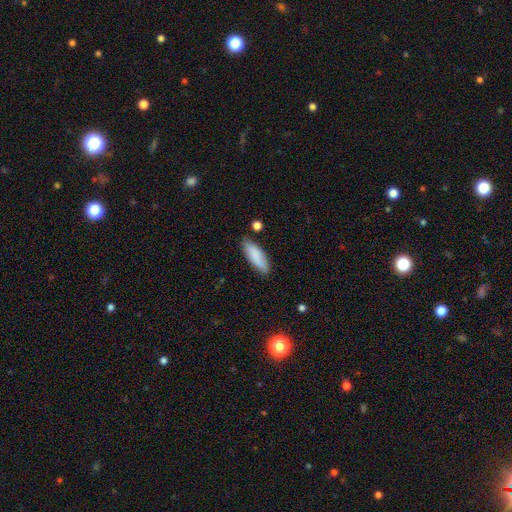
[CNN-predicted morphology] smooth-or-featured: smooth: 84% | featured or disk: 9% | star or artifact: 6%
  how-rounded: in between: 59% | cigar-shaped: 40% | round: 2%
  merging: none: 81% | minor disturbance: 13% | merger: 3% | major disturbance: 3%